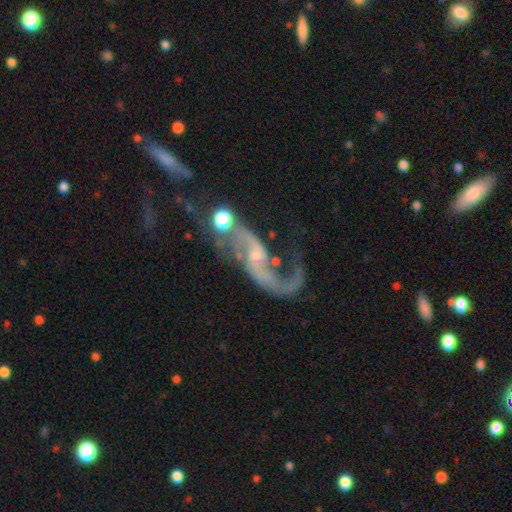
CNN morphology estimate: smooth-or-featured: featured or disk: 87% | star or artifact: 7% | smooth: 6%
  disk-edge-on: no: 96% | yes: 4%
    bar: no: 50% | weak: 37% | strong: 13%
    has-spiral-arms: yes: 93% | no: 7%
      spiral-winding: loose: 79% | medium: 17% | tight: 5%
      spiral-arm-count: 2: 79% | 1: 14% | can't tell: 3% | 3: 1% | 4: 1% | more than 4: 1%
    bulge-size: small: 63% | moderate: 21% | none: 13% | large: 2% | dominant: 1%
  merging: none: 36% | major disturbance: 29% | merger: 19% | minor disturbance: 16%